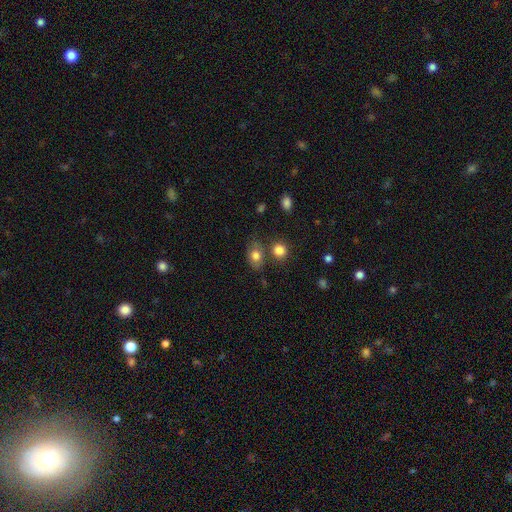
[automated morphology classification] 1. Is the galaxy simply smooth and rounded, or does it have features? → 78% smooth, 12% featured or disk, 10% star or artifact.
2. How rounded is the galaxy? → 66% in between, 32% round, 2% cigar-shaped.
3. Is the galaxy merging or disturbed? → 64% none, 17% minor disturbance, 13% merger, 6% major disturbance.